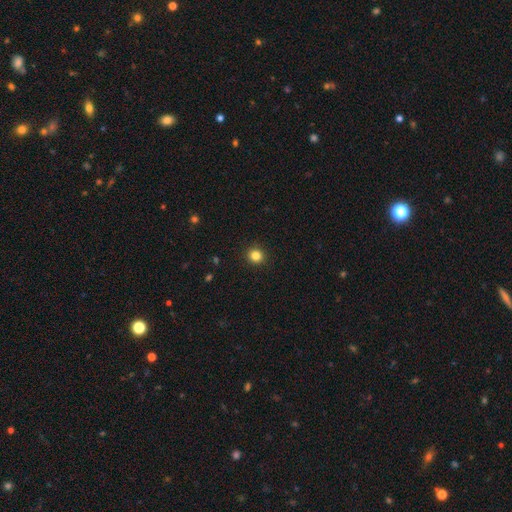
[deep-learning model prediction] A smooth galaxy with no disk features (83%) that is round (93%). Merging: none (93%).